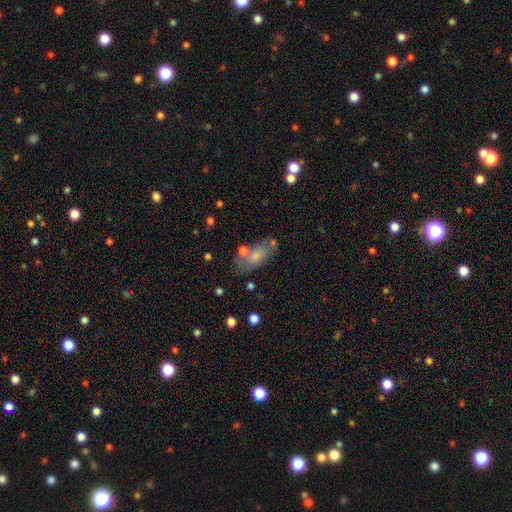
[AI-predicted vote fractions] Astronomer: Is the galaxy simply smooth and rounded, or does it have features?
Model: smooth — 68%.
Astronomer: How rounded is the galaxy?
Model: in between — 85%.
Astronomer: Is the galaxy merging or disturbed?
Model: none — 60%.